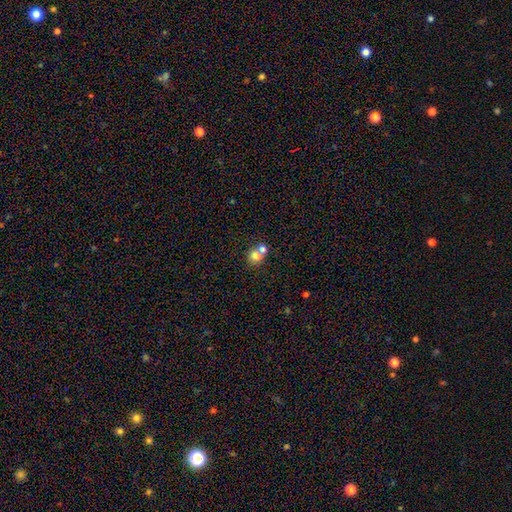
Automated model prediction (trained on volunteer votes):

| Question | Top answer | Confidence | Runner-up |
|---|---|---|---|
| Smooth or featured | smooth | 75% | featured or disk (14%) |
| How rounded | round | 78% | in between (21%) |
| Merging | merger | 53% | none (37%) |